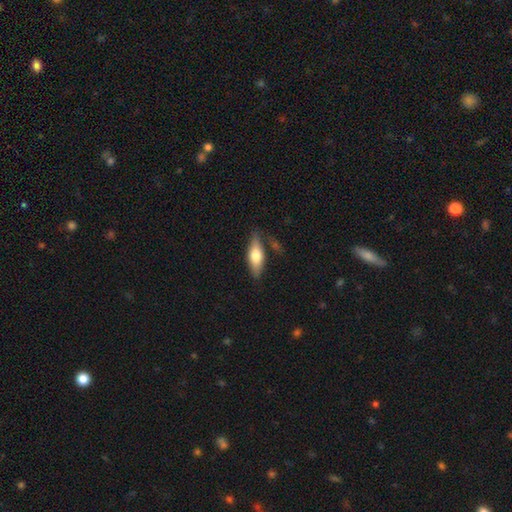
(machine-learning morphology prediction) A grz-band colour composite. It shows a smooth galaxy with no disk features (62%) that is in between round and cigar-shaped (63%). Merging: none (73%).